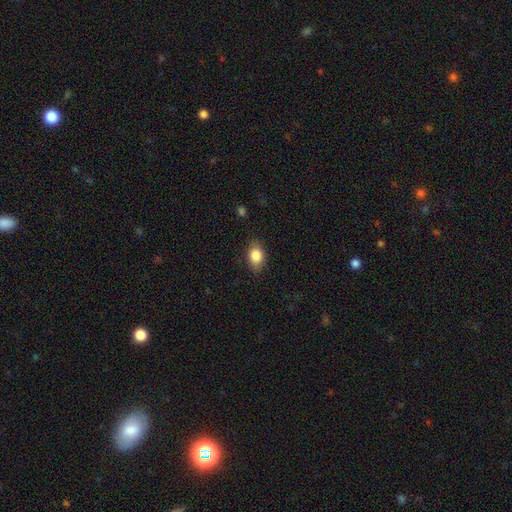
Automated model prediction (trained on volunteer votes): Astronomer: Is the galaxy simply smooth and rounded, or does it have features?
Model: smooth — 85%.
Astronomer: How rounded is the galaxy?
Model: in between — 79%.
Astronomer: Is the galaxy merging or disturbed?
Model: none — 85%.